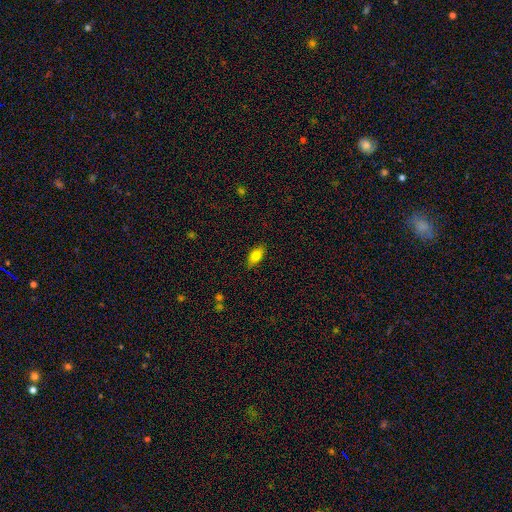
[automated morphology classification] type=smooth (80%); roundness=in between (87%); merging=none (85%).